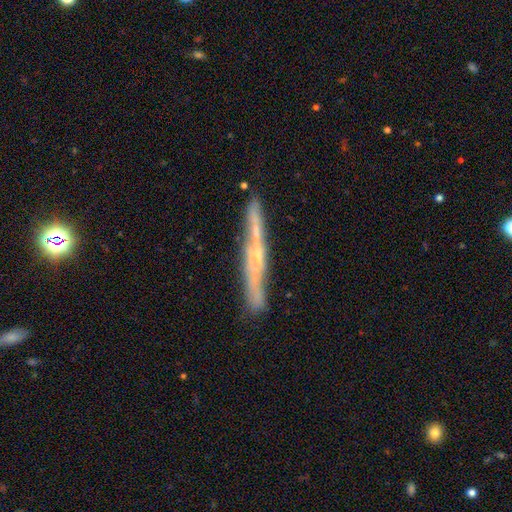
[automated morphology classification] Smooth or featured: featured or disk — 73% (smooth — 20%)
Edge-on disk: yes — 91% (no — 9%)
Edge-on bulge: rounded — 55% (none — 39%)
Merging: none — 82% (minor disturbance — 14%)